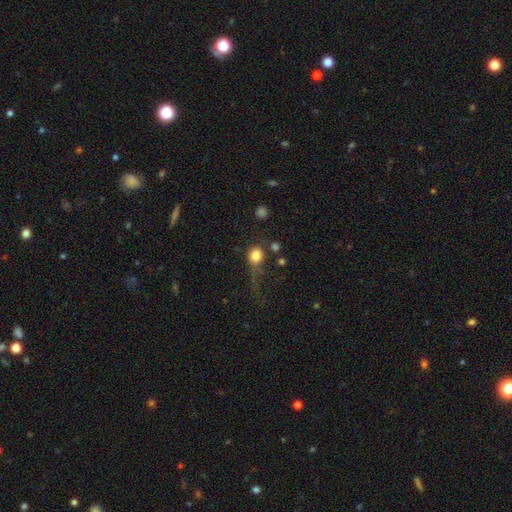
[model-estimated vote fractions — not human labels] smooth 80%, star or artifact 11%, featured or disk 10%. Down the decision tree: how rounded — round (75%); merging — none (38%).